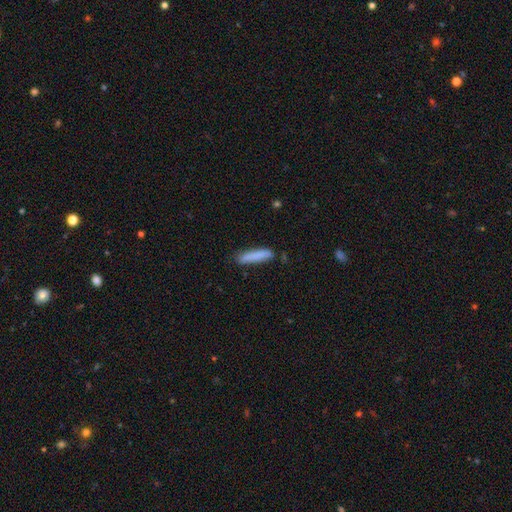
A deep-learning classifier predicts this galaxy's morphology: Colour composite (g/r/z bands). It shows a smooth galaxy with no disk features (83%) that is cigar-shaped (86%). Merging: none (80%).